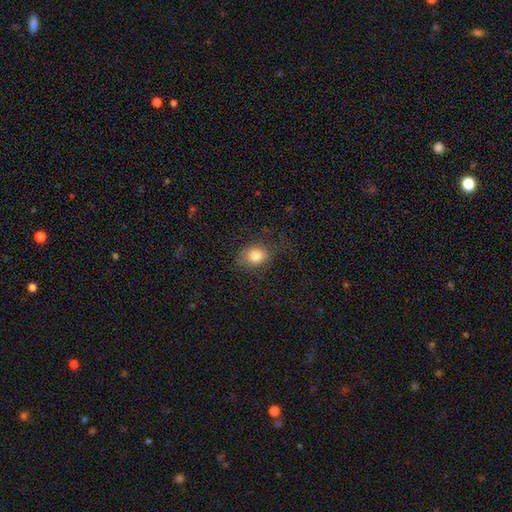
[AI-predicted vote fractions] Morphology: type=smooth (81%); roundness=round (50%); merging=none (71%).